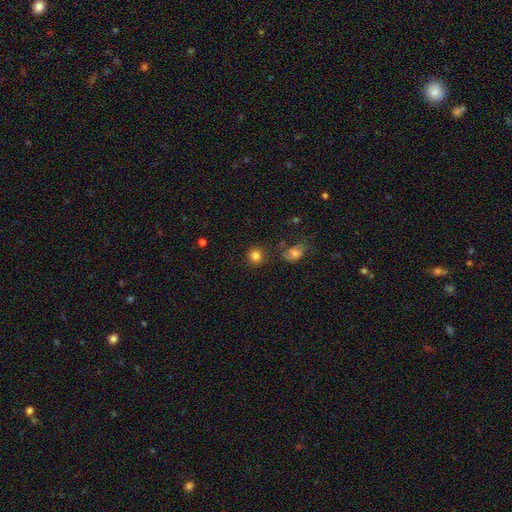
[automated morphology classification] This appears to be a smooth galaxy with no disk features (83%) that is round (89%). Merging: none (83%).